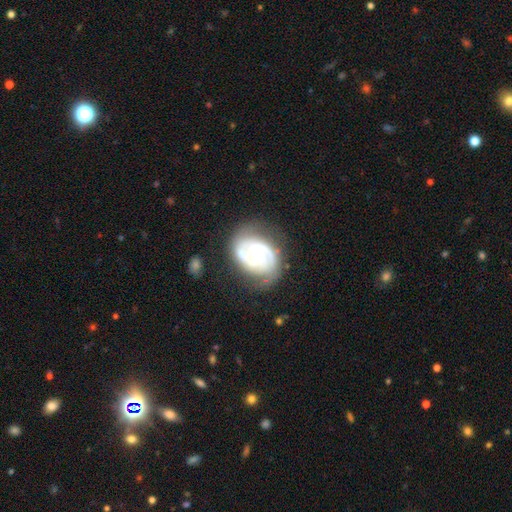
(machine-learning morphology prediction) This is clearly a featured or disk galaxy (89%). It is clearly not viewed edge-on (98%). Bar: possibly no (52%). Spiral arm pattern: clearly yes (97%). Spiral arm count: likely 2 (71%). Spiral winding: possibly tight (47%). Central bulge: possibly moderate (56%). Merging: likely none (71%).